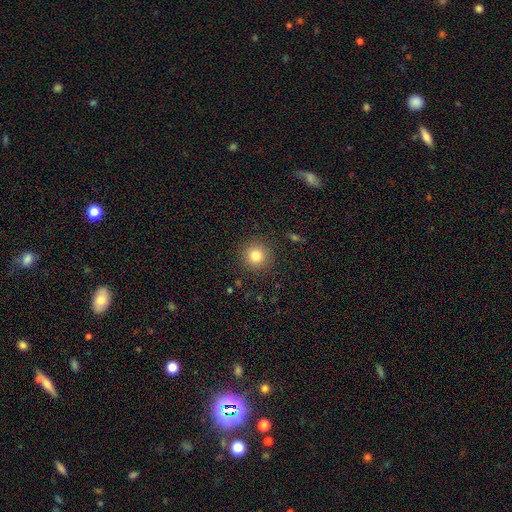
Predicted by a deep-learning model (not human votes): A smooth galaxy with no disk features (82%) that is round (94%).

Vote fractions:
- Smooth or featured? smooth: 82% / star or artifact: 11% / featured or disk: 7%
- How rounded? round: 94% / in between: 5% / cigar-shaped: 1%
- Merging? none: 90% / minor disturbance: 6% / major disturbance: 3% / merger: 1%